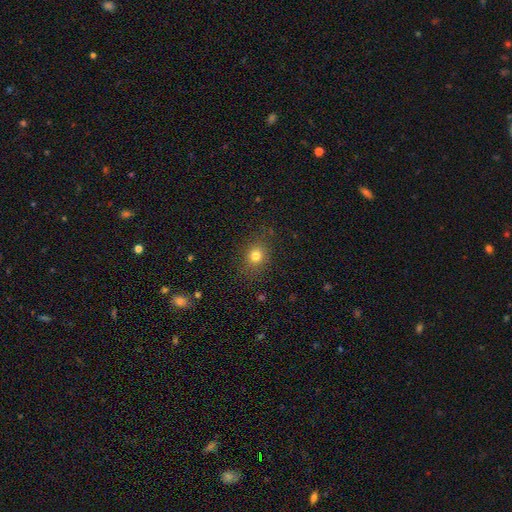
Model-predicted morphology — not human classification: A smooth galaxy with no disk features (79%) that is round (62%).

Vote fractions:
- Smooth or featured? smooth: 79% / star or artifact: 14% / featured or disk: 8%
- How rounded? round: 62% / in between: 36% / cigar-shaped: 1%
- Merging? none: 84% / minor disturbance: 11% / major disturbance: 4% / merger: 1%